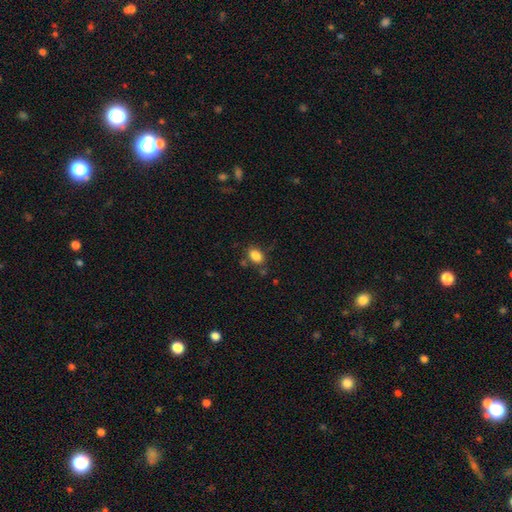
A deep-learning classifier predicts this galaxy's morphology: Smooth or featured? Predicted: smooth (p=0.85). How rounded? Predicted: in between (p=0.82). Merging? Predicted: none (p=0.76).